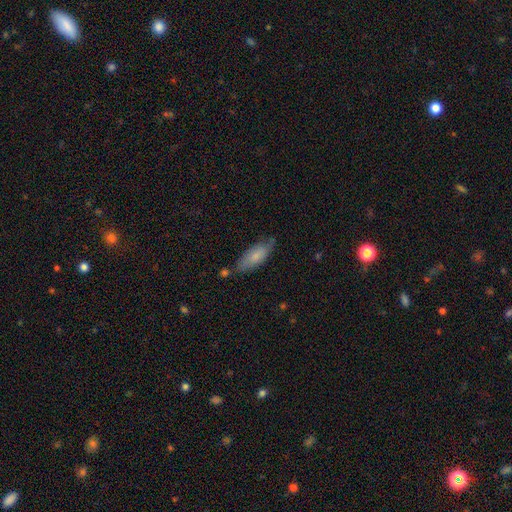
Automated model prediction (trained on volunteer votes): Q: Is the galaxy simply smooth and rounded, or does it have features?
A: smooth — 73%.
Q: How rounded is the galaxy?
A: in between — 69%.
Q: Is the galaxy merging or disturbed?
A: none — 65%.